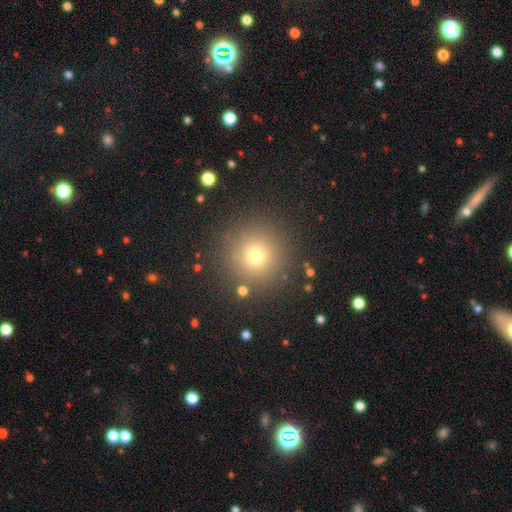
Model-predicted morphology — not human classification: Smooth or featured?
  - smooth: 71% *
  - star or artifact: 20%
  - featured or disk: 9%
How rounded?
  - round: 95% *
  - in between: 4%
  - cigar-shaped: 1%
Merging?
  - none: 88% *
  - minor disturbance: 6%
  - major disturbance: 3%
  - merger: 3%